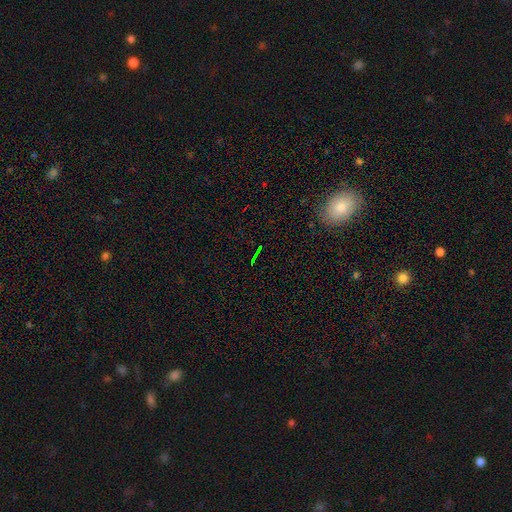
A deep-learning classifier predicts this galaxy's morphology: Overall: star or artifact (72%).